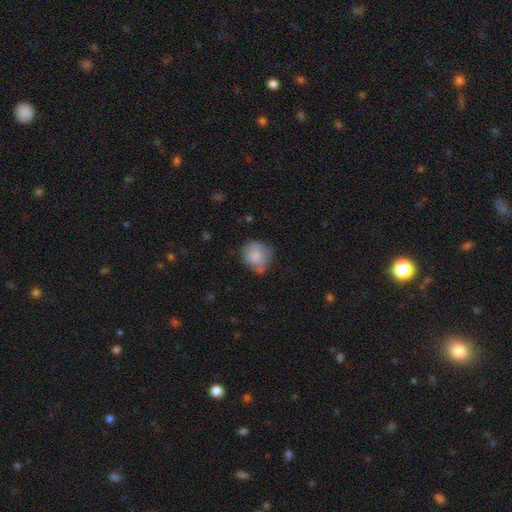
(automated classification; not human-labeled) A smooth galaxy with no disk features (73%) that is round (73%). Merging: none (50%).